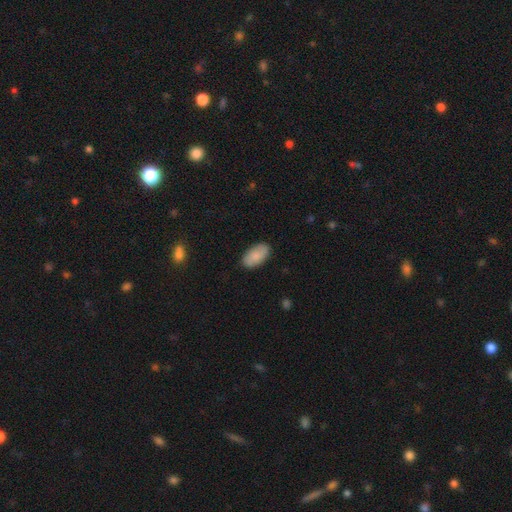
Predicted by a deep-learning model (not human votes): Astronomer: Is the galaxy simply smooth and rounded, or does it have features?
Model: smooth — 86%.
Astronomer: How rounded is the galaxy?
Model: in between — 95%.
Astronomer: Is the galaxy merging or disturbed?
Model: none — 87%.